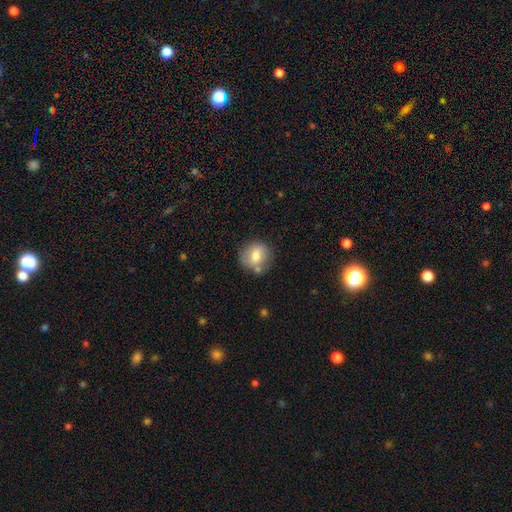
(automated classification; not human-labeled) Q: Smooth or featured?
A: smooth (71%); runner-up: featured or disk (21%)
Q: How rounded?
A: round (81%); runner-up: in between (18%)
Q: Merging?
A: none (70%); runner-up: minor disturbance (15%)